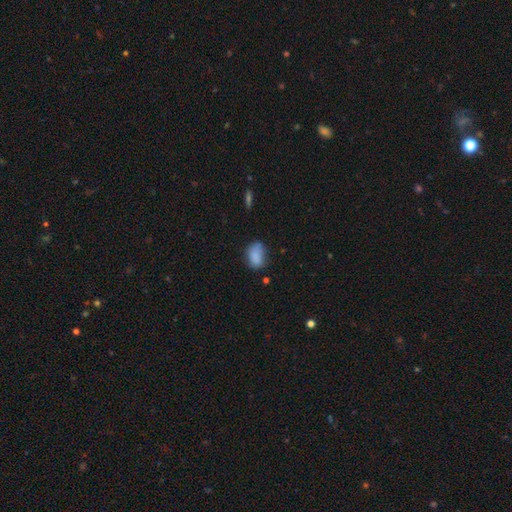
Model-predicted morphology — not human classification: smooth_or_featured: smooth (p=0.83) [alt: star or artifact p=0.09]
how_rounded: in between (p=0.81) [alt: round p=0.18]
merging: none (p=0.57) [alt: minor disturbance p=0.30]